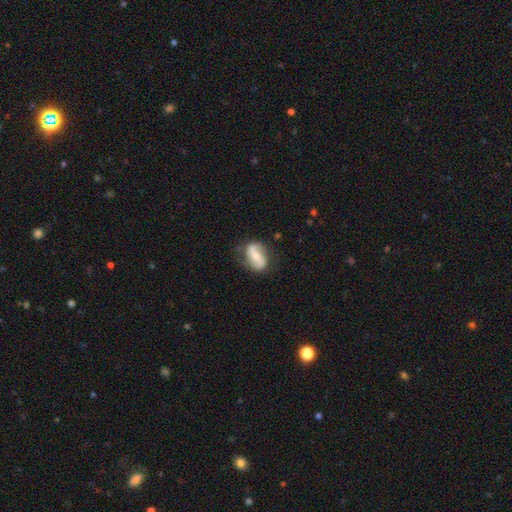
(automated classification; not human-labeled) featured or disk 69%, smooth 25%, star or artifact 6%. Down the decision tree: edge-on disk — no (95%); bar — strong (36%); spiral arms — yes (86%); spiral arm count — 2 (88%); spiral winding — loose (54%); bulge size — moderate (52%); merging — none (72%).